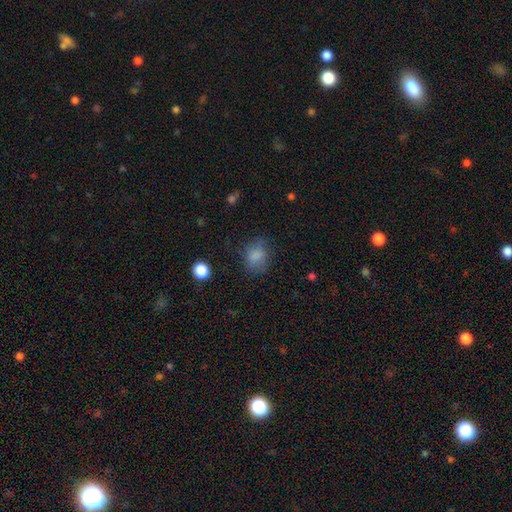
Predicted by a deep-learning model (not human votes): The model was most divided on "how rounded": round: 53%, in between: 46%, cigar-shaped: 1%. More confident: smooth or featured — smooth (80%); merging — none (68%).